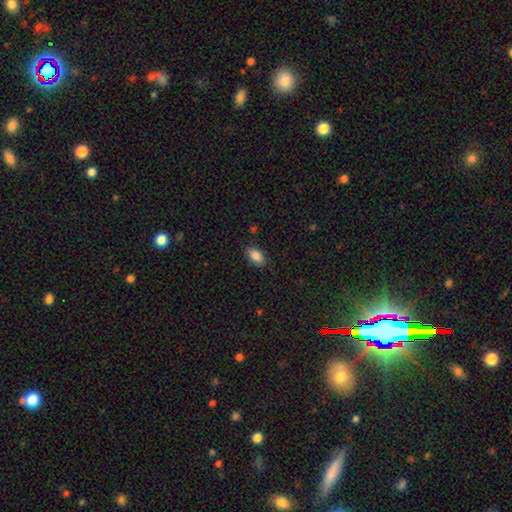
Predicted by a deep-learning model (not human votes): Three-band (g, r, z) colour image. It shows a smooth galaxy with no disk features (88%) that is in between round and cigar-shaped (92%). Merging: none (85%).